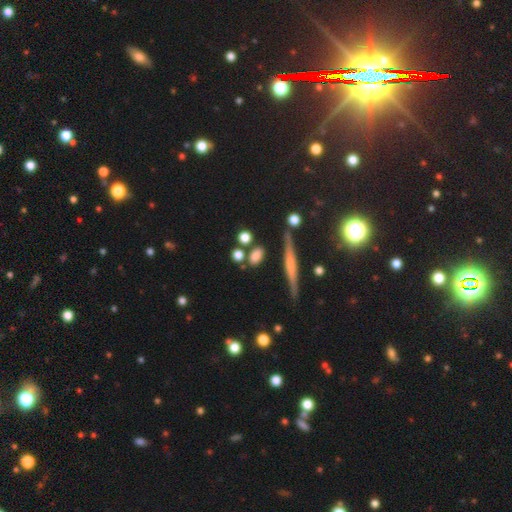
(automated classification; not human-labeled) smooth_or_featured: smooth (p=0.78) [alt: featured or disk p=0.12]
how_rounded: in between (p=0.51) [alt: round p=0.36]
merging: none (p=0.73) [alt: minor disturbance p=0.12]